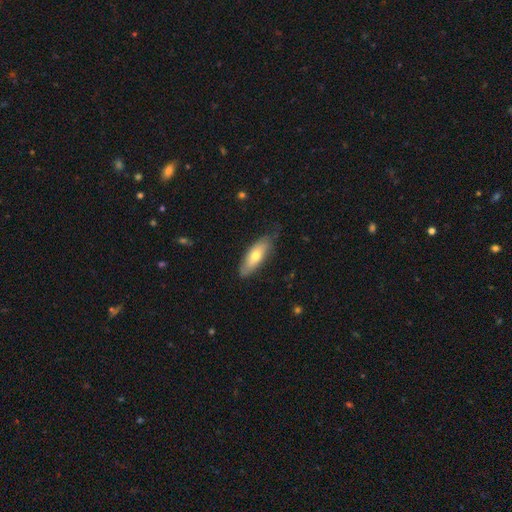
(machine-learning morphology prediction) smooth 62%, featured or disk 32%, star or artifact 6%. Down the decision tree: how rounded — in between (68%); merging — none (72%).